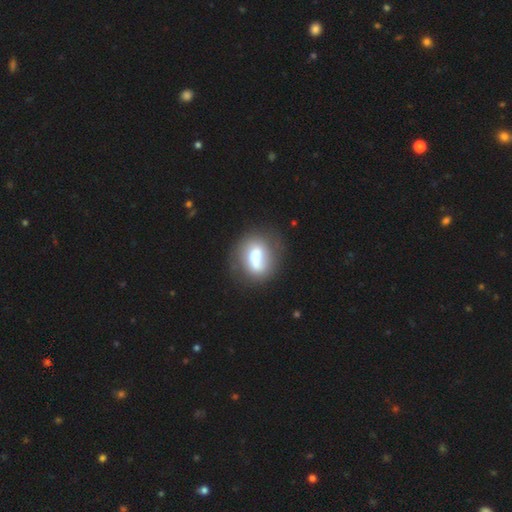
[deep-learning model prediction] The model was most divided on "smooth or featured": smooth: 48%, featured or disk: 43%, star or artifact: 9%. More confident: merging — none (61%).